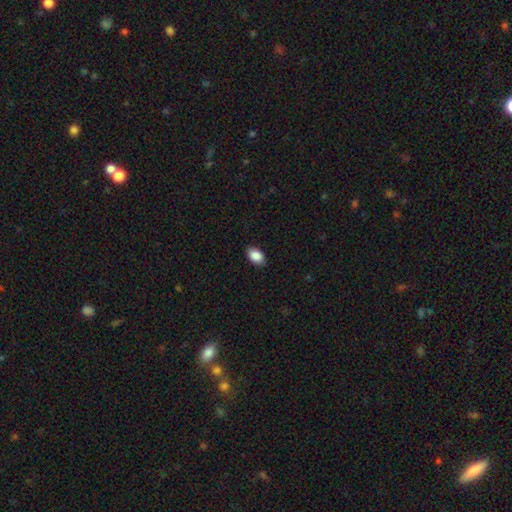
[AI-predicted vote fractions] Smooth or featured? smooth (89%)
How rounded? in between (88%)
Merging? none (87%)